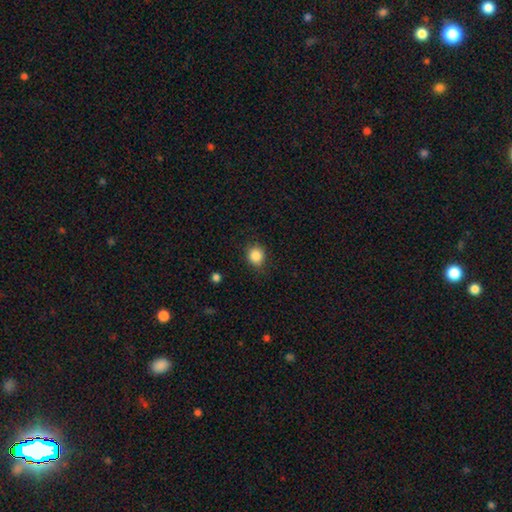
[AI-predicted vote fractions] This appears to be a smooth galaxy with no disk features (86%) that is round (81%). Merging: none (82%).